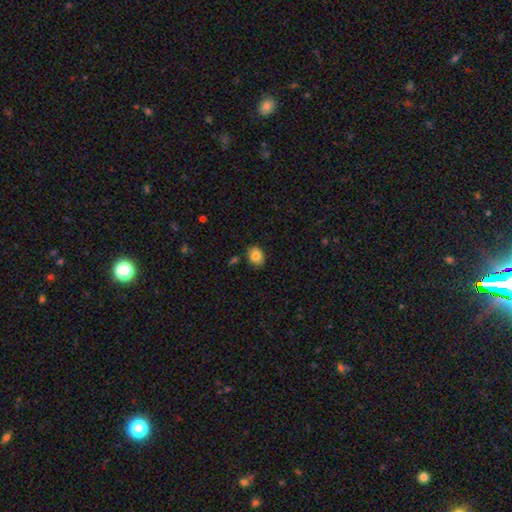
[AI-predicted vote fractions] smooth_or_featured: smooth (p=0.83) [alt: star or artifact p=0.09]
how_rounded: in between (p=0.56) [alt: round p=0.43]
merging: none (p=0.84) [alt: minor disturbance p=0.11]